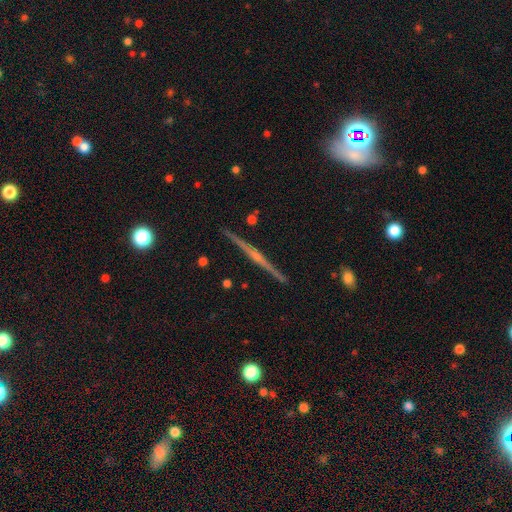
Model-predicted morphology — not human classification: The model was most divided on "edge-on bulge": rounded: 69%, none: 19%, boxy: 12%. More confident: edge-on disk — yes (98%); merging — none (92%); smooth or featured — featured or disk (83%).